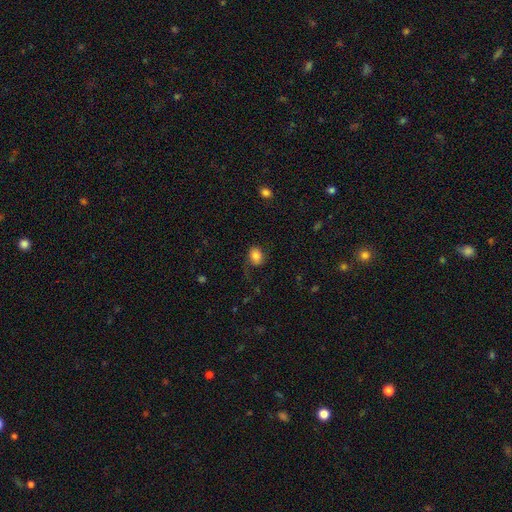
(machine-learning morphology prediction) Smooth or featured? smooth (82%)
How rounded? in between (50%)
Merging? none (63%)